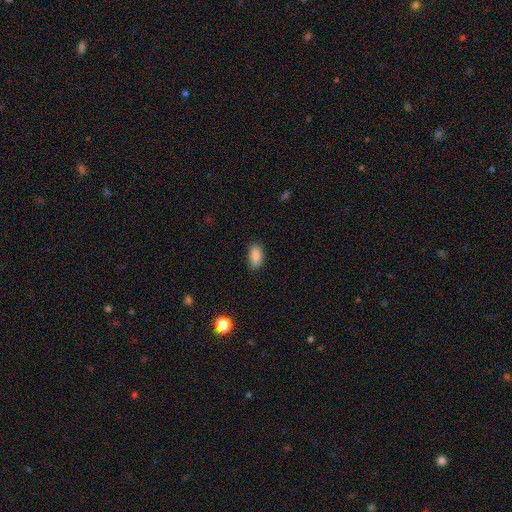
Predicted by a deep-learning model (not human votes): A smooth galaxy with no disk features (87%) that is in between round and cigar-shaped (91%). Merging: none (79%).